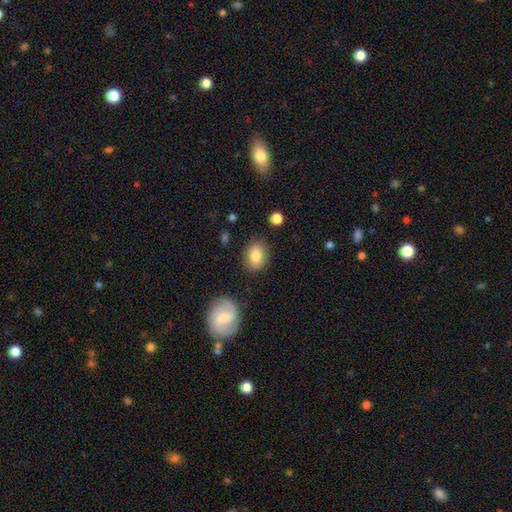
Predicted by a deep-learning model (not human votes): This is clearly a smooth galaxy (82%). How rounded: likely in between (74%). Merging: clearly none (83%).